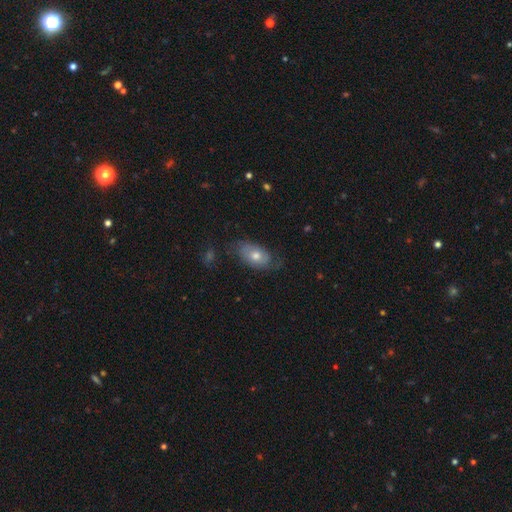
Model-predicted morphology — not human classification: This appears to be a smooth galaxy with no disk features (49%). Merging: none (61%).